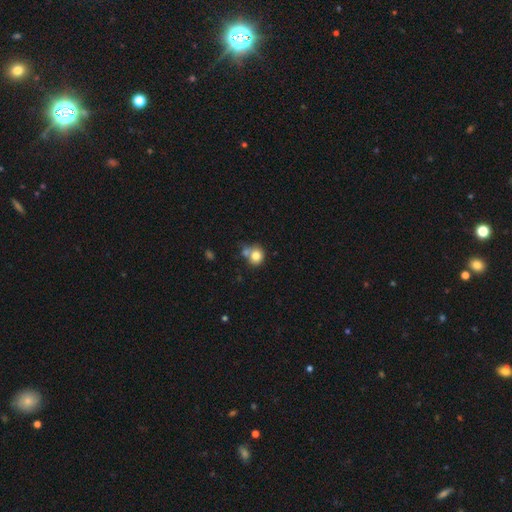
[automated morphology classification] smooth 80%, featured or disk 10%, star or artifact 10%. Down the decision tree: how rounded — round (82%); merging — none (52%).